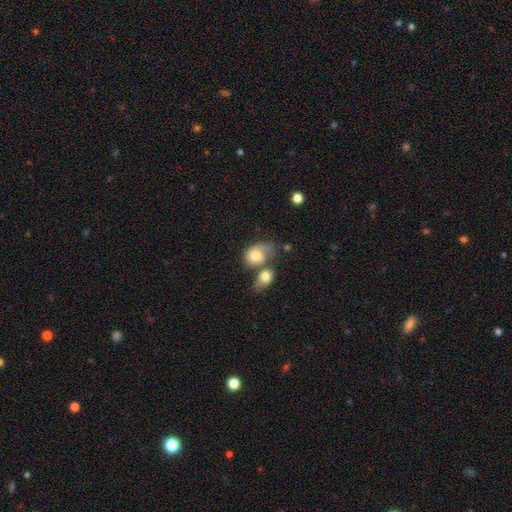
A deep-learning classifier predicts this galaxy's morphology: This is likely a smooth galaxy (63%). How rounded: likely in between (61%). Merging: possibly merger (56%).